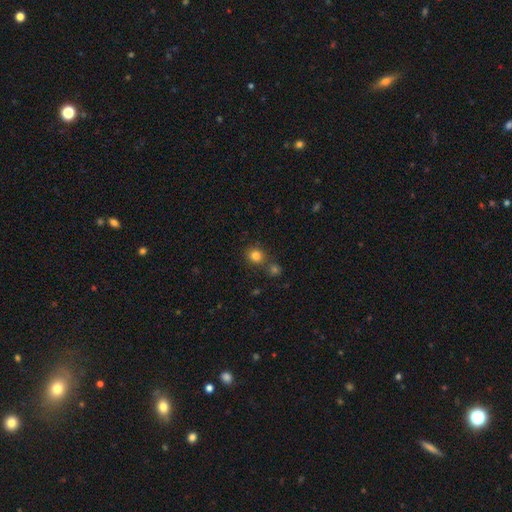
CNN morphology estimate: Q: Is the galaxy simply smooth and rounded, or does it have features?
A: smooth — 81%.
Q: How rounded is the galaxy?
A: round — 81%.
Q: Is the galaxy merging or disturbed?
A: none — 71%.